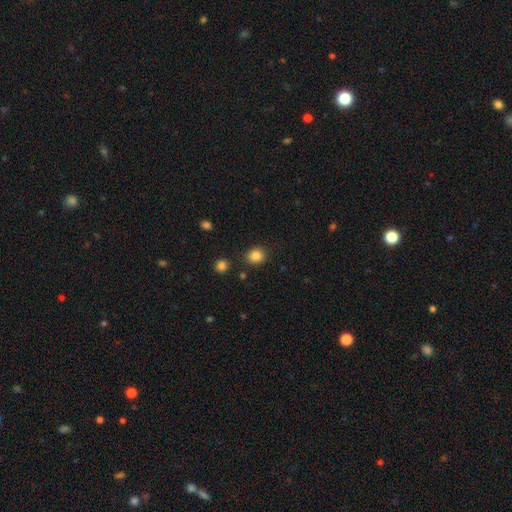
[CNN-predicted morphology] Smooth or featured? Predicted: smooth (p=0.86). How rounded? Predicted: round (p=0.70). Merging? Predicted: none (p=0.83).